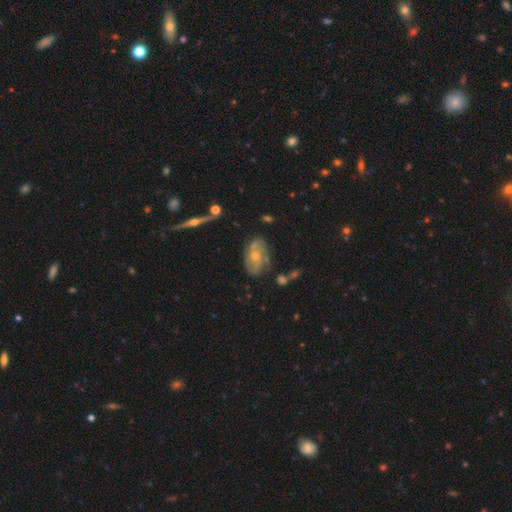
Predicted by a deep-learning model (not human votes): Smooth or featured?
  - featured or disk: 70% *
  - smooth: 23%
  - star or artifact: 7%
Edge-on disk?
  - no: 93% *
  - yes: 7%
Bar?
  - no: 76% *
  - weak: 20%
  - strong: 4%
Spiral arms?
  - yes: 74% *
  - no: 26%
Bulge size?
  - small: 54% *
  - moderate: 42%
  - none: 2%
  - large: 2%
  - dominant: 1%
Merging?
  - none: 59% *
  - minor disturbance: 25%
  - major disturbance: 10%
  - merger: 5%